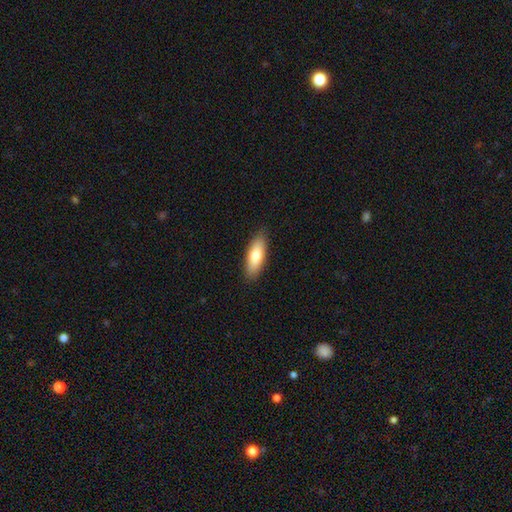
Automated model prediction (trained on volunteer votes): The model was most divided on "how rounded": in between: 66%, cigar-shaped: 32%, round: 2%. More confident: merging — none (88%); smooth or featured — smooth (78%).